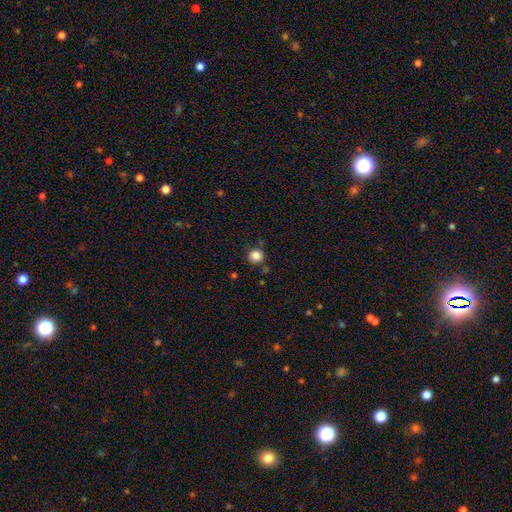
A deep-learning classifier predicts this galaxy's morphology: Q: Smooth or featured?
A: smooth (85%); runner-up: star or artifact (11%)
Q: How rounded?
A: round (92%); runner-up: in between (7%)
Q: Merging?
A: none (84%); runner-up: minor disturbance (9%)